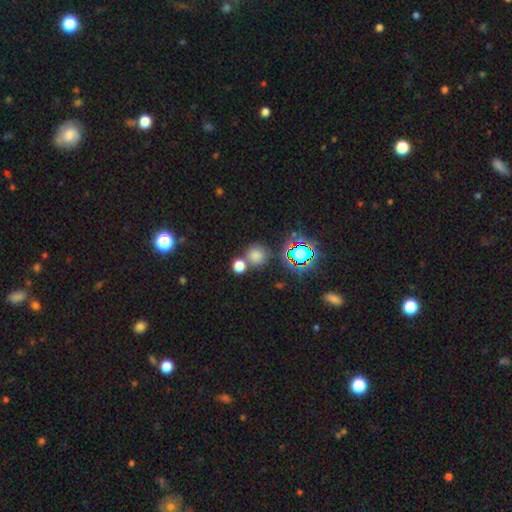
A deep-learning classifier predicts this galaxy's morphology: Overall: smooth (73%). How rounded: round (91%). Merging: none (67%).